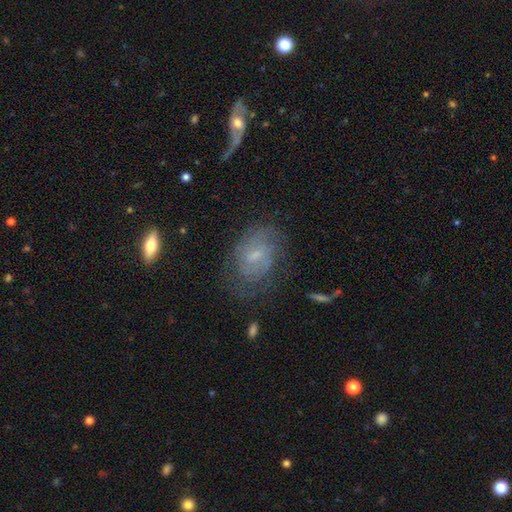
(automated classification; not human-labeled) smooth_or_featured: featured or disk (p=0.62) [alt: smooth p=0.27]
disk_edge_on: no (p=0.96) [alt: yes p=0.04]
bar: weak (p=0.53) [alt: no p=0.38]
has_spiral_arms: yes (p=0.79) [alt: no p=0.21]
bulge_size: small (p=0.52) [alt: moderate p=0.29]
merging: none (p=0.61) [alt: minor disturbance p=0.21]